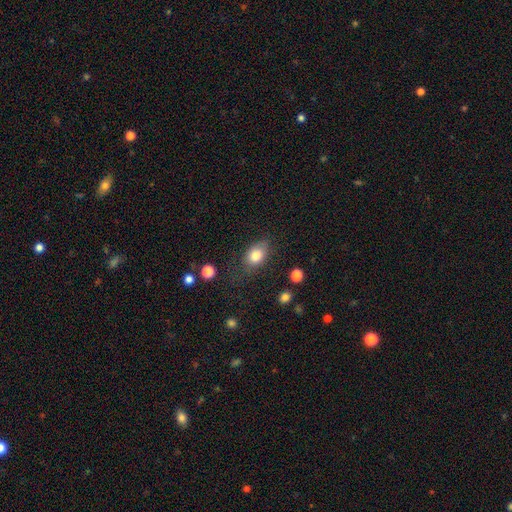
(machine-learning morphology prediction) A smooth galaxy with no disk features (82%) that is in between round and cigar-shaped (75%). Merging: none (62%).